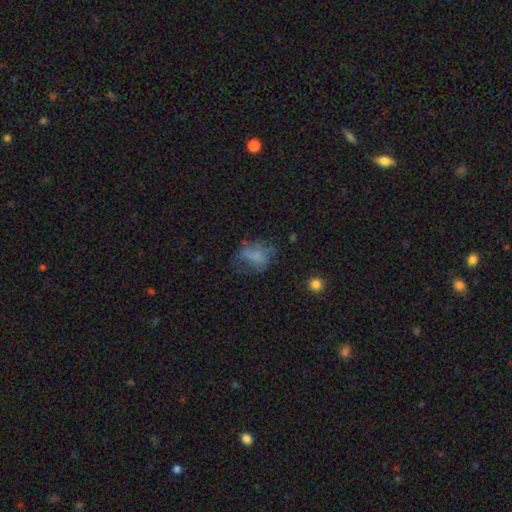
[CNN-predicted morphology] The model was most divided on "merging": none: 39%, major disturbance: 32%, minor disturbance: 25%, merger: 3%. More confident: how rounded — in between (66%); smooth or featured — smooth (58%).